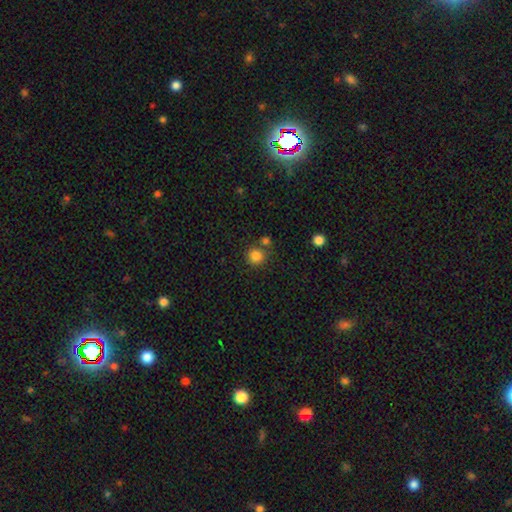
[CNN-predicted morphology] type=smooth (85%); roundness=round (91%); merging=none (74%).